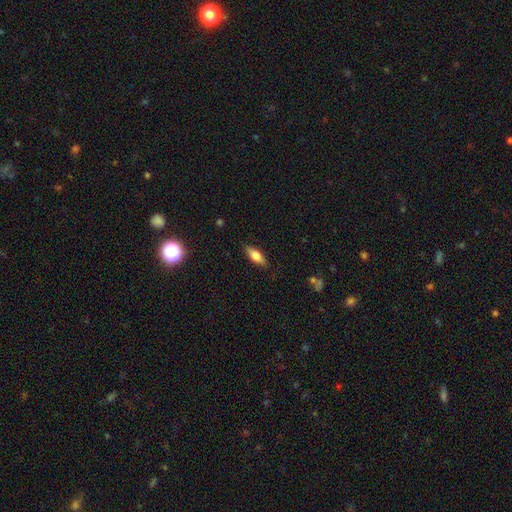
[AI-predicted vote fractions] The model was most divided on "how rounded": in between: 66%, cigar-shaped: 31%, round: 3%. More confident: merging — none (84%); smooth or featured — smooth (66%).